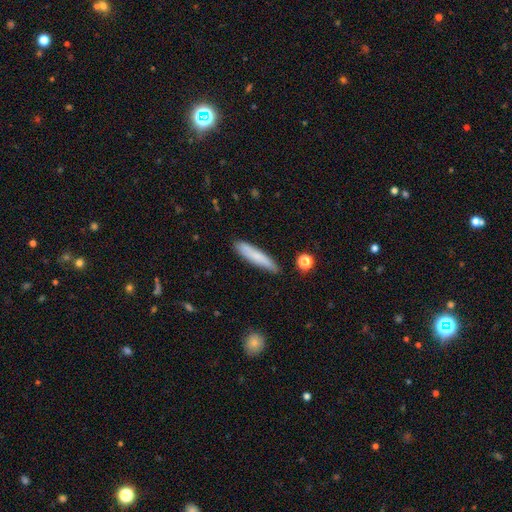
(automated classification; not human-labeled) This is likely a smooth galaxy (75%). How rounded: clearly cigar-shaped (88%). Merging: clearly none (85%).